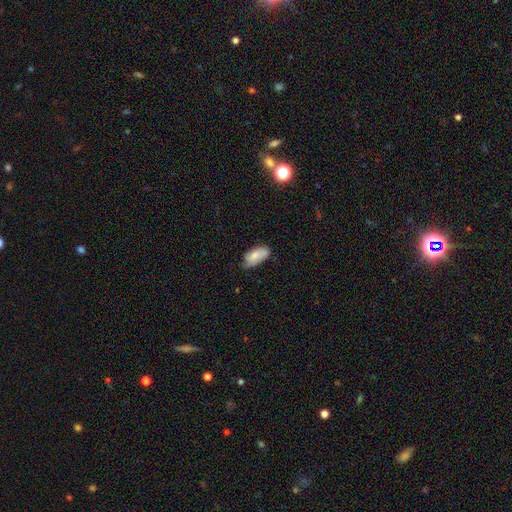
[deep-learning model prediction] Smooth or featured: smooth — 74% (featured or disk — 19%)
How rounded: in between — 92% (cigar-shaped — 5%)
Merging: none — 53% (minor disturbance — 37%)